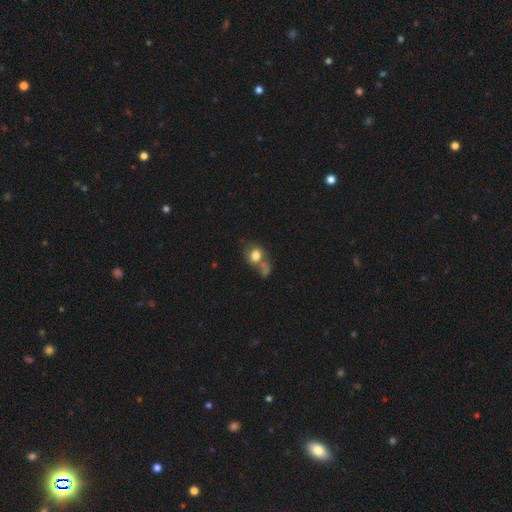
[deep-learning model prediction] Smooth or featured? Predicted: smooth (p=0.75). How rounded? Predicted: round (p=0.62). Merging? Predicted: merger (p=0.43).